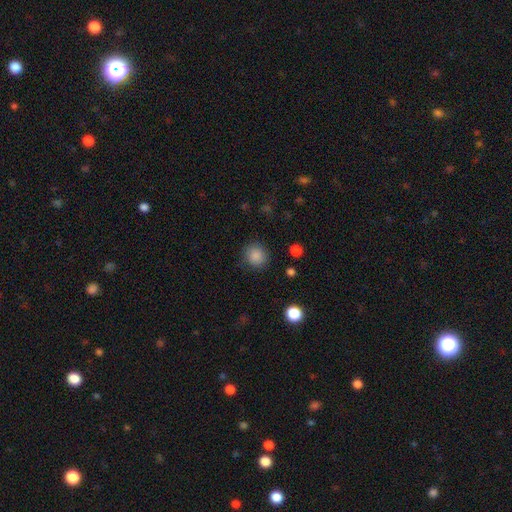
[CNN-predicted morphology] This appears to be a smooth galaxy with no disk features (87%) that is round (88%). Merging: none (85%).